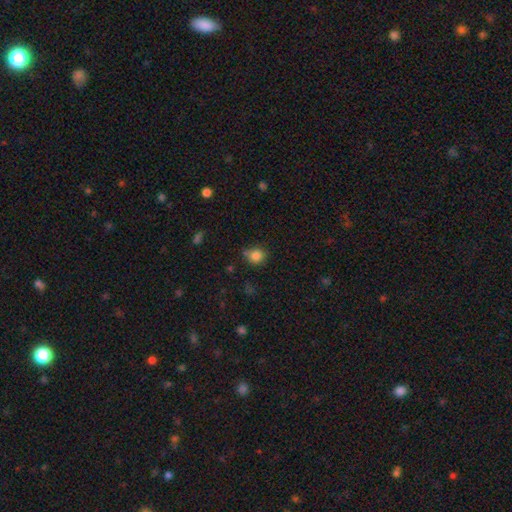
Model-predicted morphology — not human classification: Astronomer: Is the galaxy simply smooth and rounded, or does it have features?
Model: smooth — 83%.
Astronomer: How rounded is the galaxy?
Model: round — 80%.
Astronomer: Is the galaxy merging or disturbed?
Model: none — 71%.